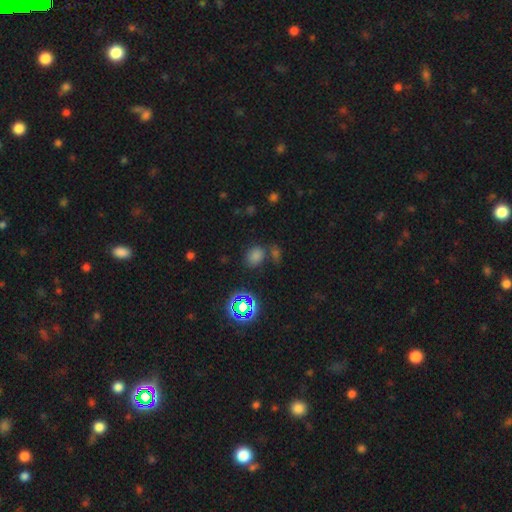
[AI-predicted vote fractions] Q: Smooth or featured?
A: smooth (68%); runner-up: star or artifact (26%)
Q: How rounded?
A: in between (52%); runner-up: round (46%)
Q: Merging?
A: none (65%); runner-up: merger (18%)